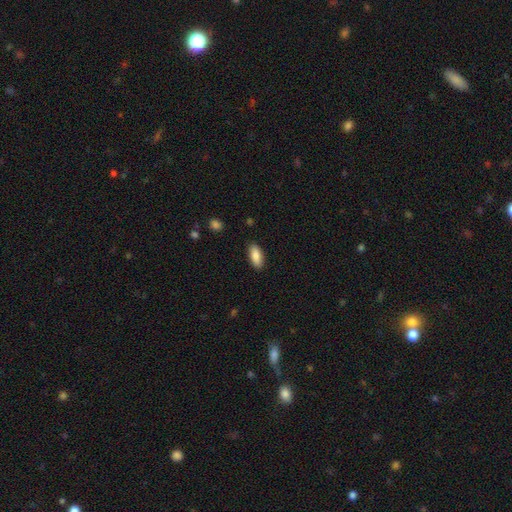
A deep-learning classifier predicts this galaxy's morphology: Overall: smooth (87%). How rounded: in between (83%). Merging: none (88%).